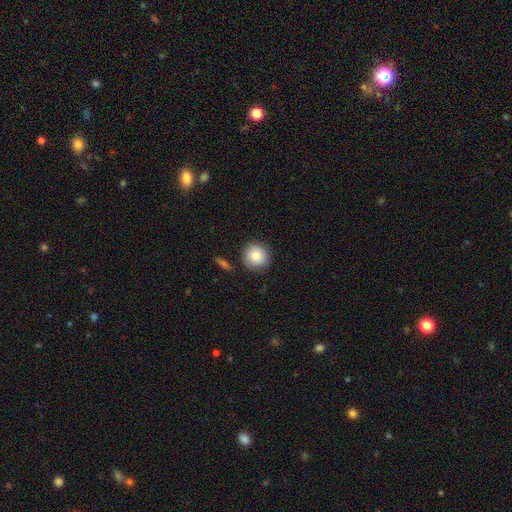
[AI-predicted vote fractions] smooth_or_featured: smooth (p=0.82) [alt: featured or disk p=0.10]
how_rounded: round (p=0.93) [alt: in between p=0.06]
merging: none (p=0.84) [alt: minor disturbance p=0.10]